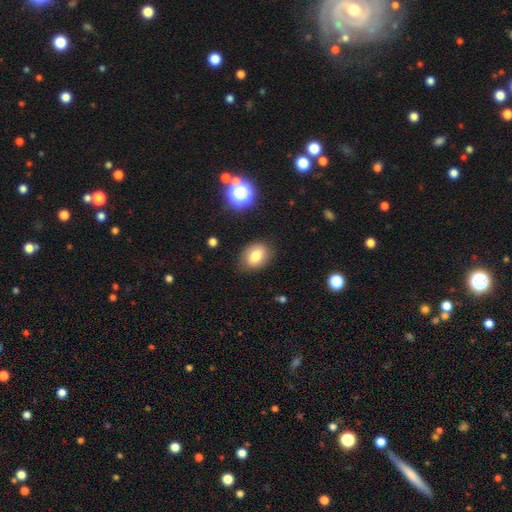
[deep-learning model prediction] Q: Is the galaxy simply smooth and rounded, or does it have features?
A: smooth — 79%.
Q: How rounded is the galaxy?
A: in between — 64%.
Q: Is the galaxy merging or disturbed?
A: none — 81%.